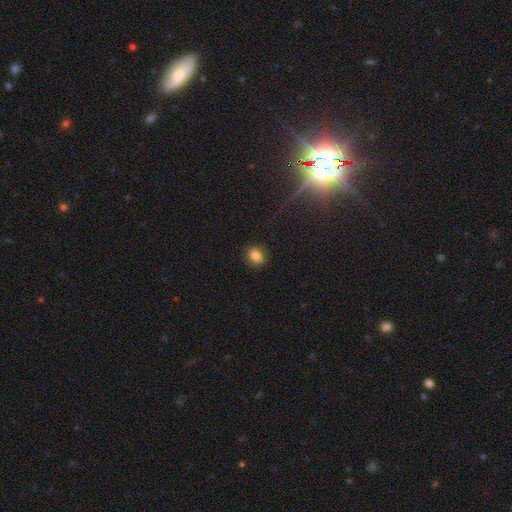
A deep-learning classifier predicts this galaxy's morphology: A smooth galaxy with no disk features (81%) that is round (59%). Merging: none (85%).